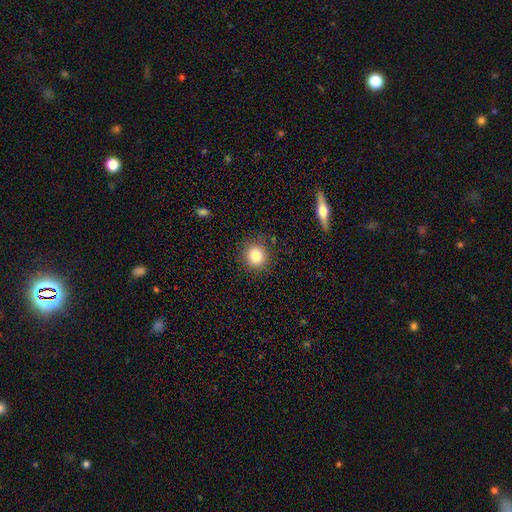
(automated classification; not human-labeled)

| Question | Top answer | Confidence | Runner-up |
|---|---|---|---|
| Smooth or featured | smooth | 80% | star or artifact (12%) |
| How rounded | round | 91% | in between (8%) |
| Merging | none | 89% | minor disturbance (8%) |